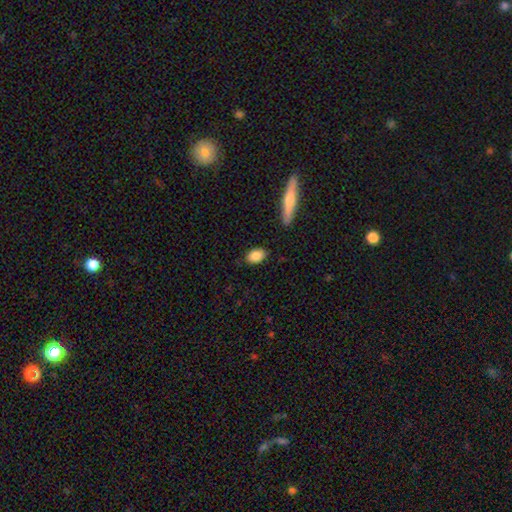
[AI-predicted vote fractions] A smooth galaxy with no disk features (86%) that is in between round and cigar-shaped (88%).

Vote fractions:
- Smooth or featured? smooth: 86% / featured or disk: 7% / star or artifact: 7%
- How rounded? in between: 88% / round: 9% / cigar-shaped: 3%
- Merging? none: 84% / minor disturbance: 12% / major disturbance: 2% / merger: 2%